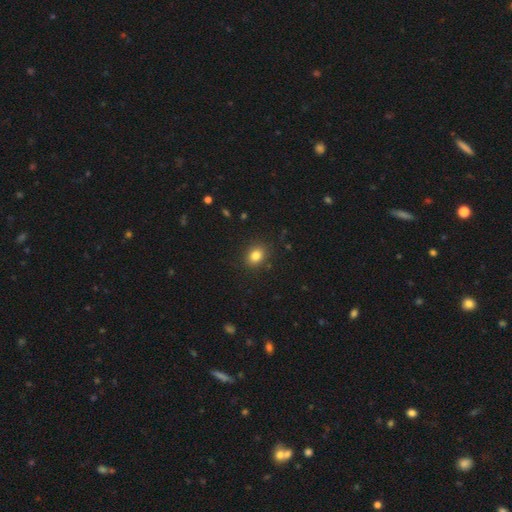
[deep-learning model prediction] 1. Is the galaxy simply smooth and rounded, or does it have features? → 83% smooth, 11% star or artifact, 6% featured or disk.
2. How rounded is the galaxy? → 51% round, 48% in between, 1% cigar-shaped.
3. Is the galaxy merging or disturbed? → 87% none, 9% minor disturbance, 3% major disturbance, 1% merger.